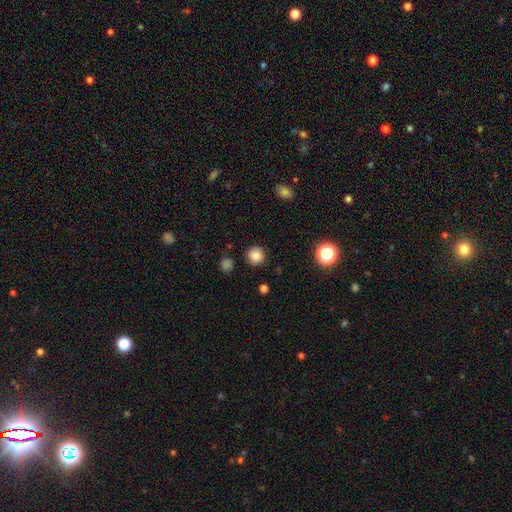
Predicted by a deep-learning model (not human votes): This appears to be a smooth galaxy with no disk features (84%) that is round (94%). Merging: none (90%).